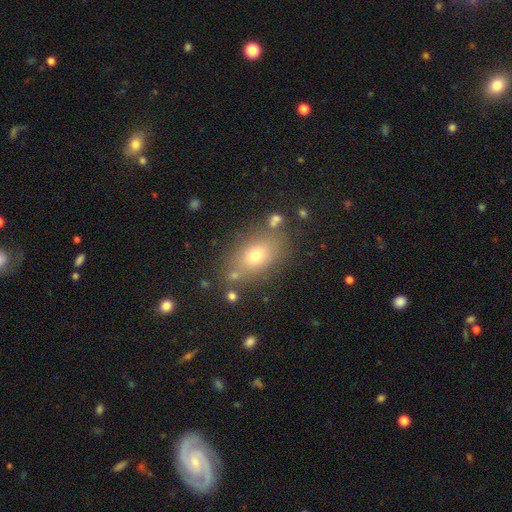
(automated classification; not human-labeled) Smooth or featured: smooth — 70% (featured or disk — 17%)
How rounded: in between — 77% (round — 21%)
Merging: none — 76% (minor disturbance — 13%)